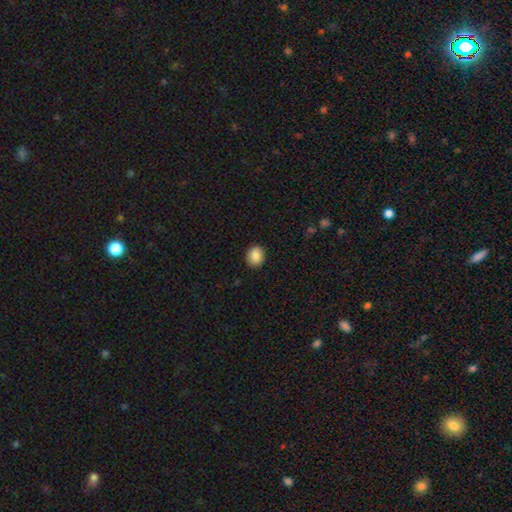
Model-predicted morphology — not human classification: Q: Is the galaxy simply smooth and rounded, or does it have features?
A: smooth — 88%.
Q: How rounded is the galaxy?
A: round — 50%.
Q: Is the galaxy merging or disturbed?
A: none — 88%.